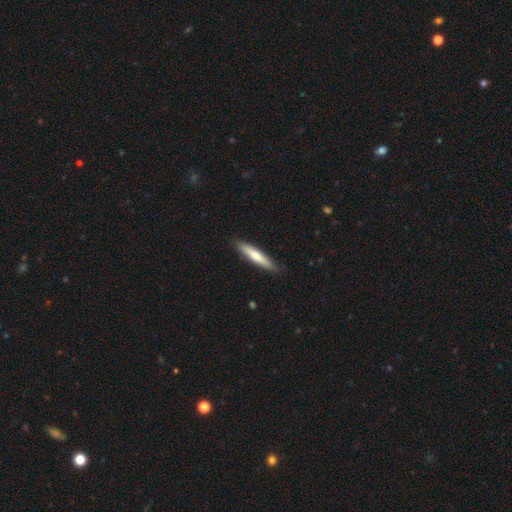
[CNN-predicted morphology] Smooth or featured? smooth (57%)
How rounded? cigar-shaped (88%)
Merging? none (89%)